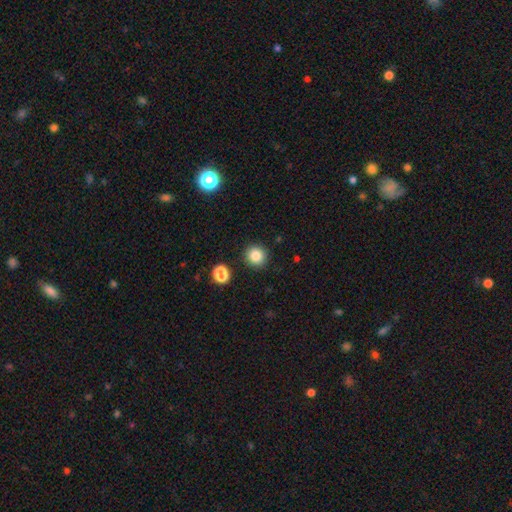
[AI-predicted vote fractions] smooth-or-featured: smooth: 84% | star or artifact: 11% | featured or disk: 5%
  how-rounded: round: 90% | in between: 9% | cigar-shaped: 1%
  merging: none: 89% | minor disturbance: 6% | merger: 2% | major disturbance: 2%